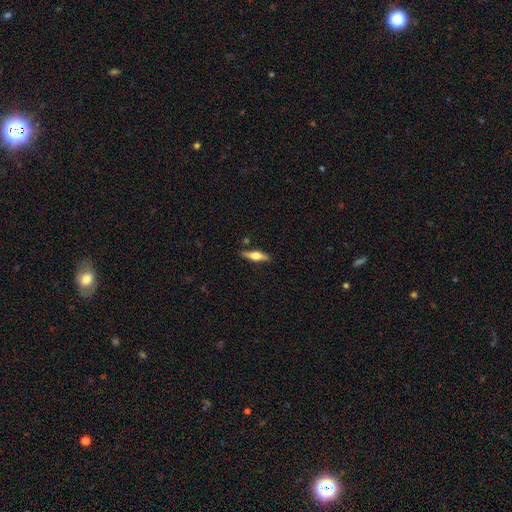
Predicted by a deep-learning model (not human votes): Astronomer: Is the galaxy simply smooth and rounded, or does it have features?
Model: featured or disk — 54% (runner-up: smooth, 40%).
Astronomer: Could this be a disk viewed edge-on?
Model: yes — 94%.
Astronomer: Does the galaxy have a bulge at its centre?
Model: rounded — 92%.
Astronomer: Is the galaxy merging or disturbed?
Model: none — 83%.